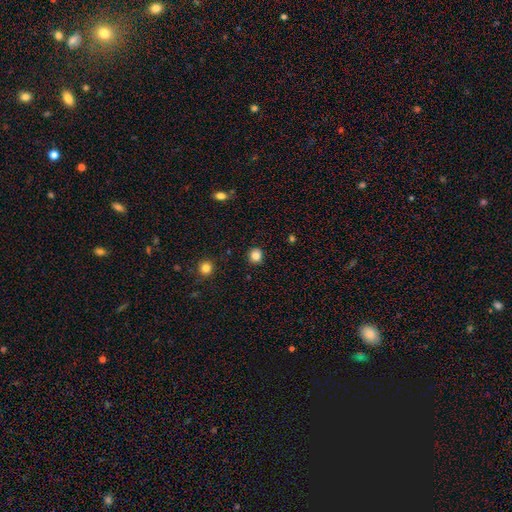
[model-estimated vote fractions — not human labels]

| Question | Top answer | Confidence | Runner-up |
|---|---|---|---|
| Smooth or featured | smooth | 84% | star or artifact (11%) |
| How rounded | round | 87% | in between (12%) |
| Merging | none | 91% | minor disturbance (6%) |